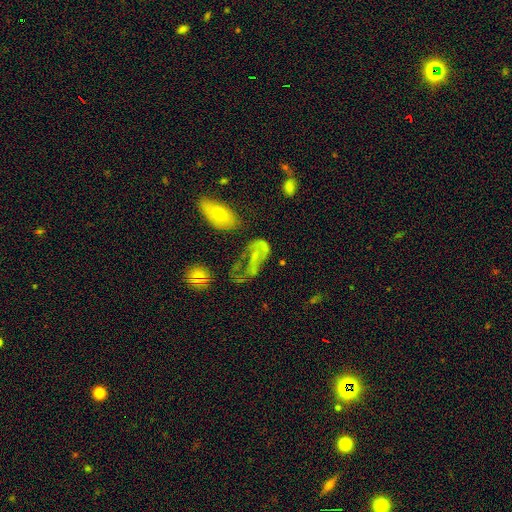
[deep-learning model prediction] A featured or disk galaxy (50%). Merging: major disturbance (42%).